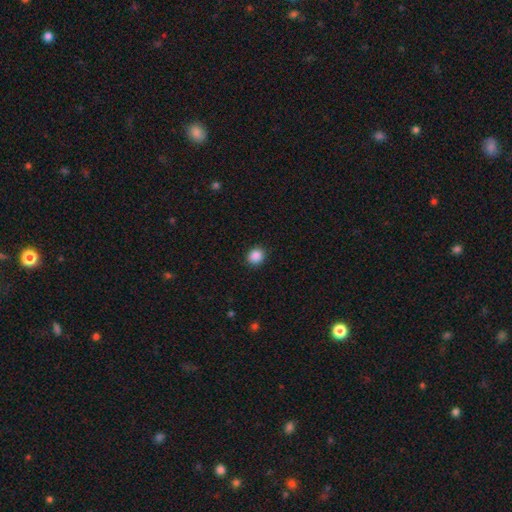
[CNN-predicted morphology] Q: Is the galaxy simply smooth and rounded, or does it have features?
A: smooth — 88%.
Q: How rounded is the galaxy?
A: round — 81%.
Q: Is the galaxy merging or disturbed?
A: none — 89%.